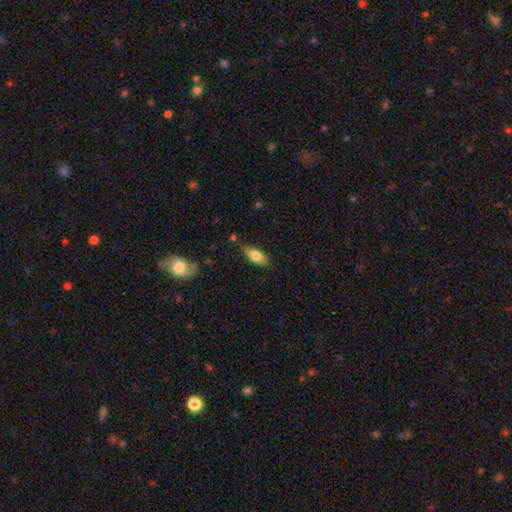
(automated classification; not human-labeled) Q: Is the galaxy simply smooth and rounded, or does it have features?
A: smooth — 76%.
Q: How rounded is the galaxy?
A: in between — 75%.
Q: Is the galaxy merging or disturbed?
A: none — 82%.